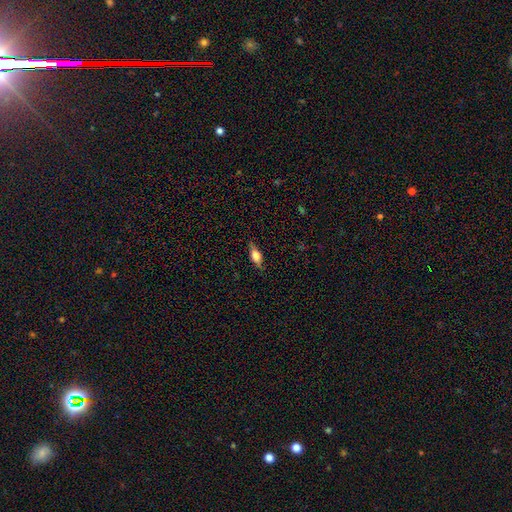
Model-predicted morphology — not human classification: This appears to be a smooth galaxy with no disk features (49%). Merging: none (82%).